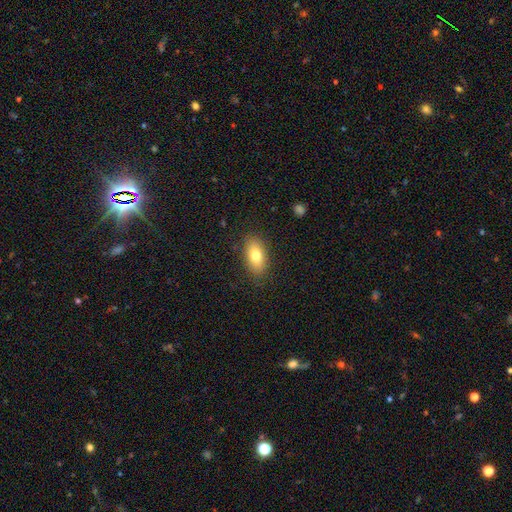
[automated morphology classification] smooth_or_featured: smooth (p=0.77) [alt: featured or disk p=0.15]
how_rounded: in between (p=0.89) [alt: round p=0.06]
merging: none (p=0.86) [alt: minor disturbance p=0.10]